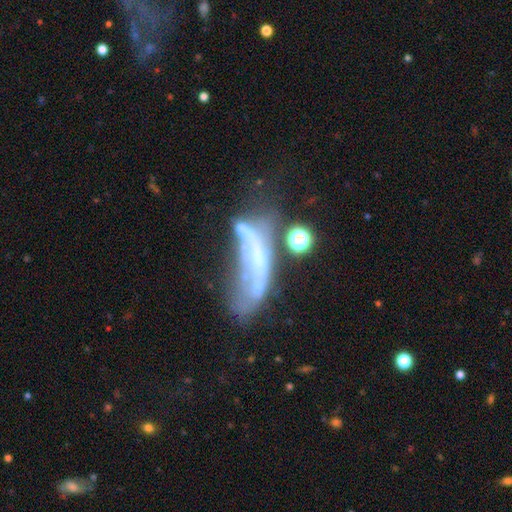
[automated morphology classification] A featured or disk galaxy (60%).

Vote fractions:
- Smooth or featured? featured or disk: 60% / smooth: 25% / star or artifact: 15%
- Edge-on disk? no: 75% / yes: 25%
- Merging? major disturbance: 35% / merger: 27% / none: 22% / minor disturbance: 16%